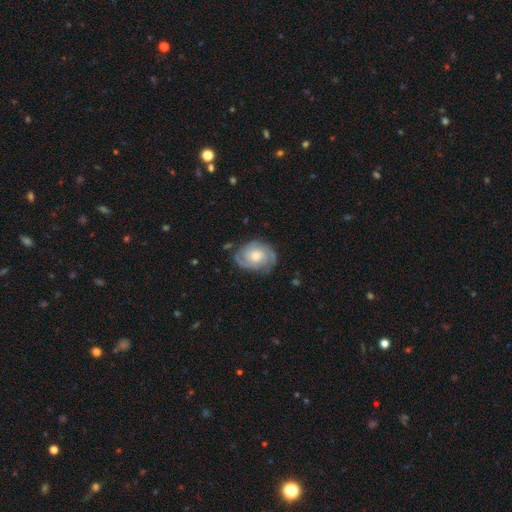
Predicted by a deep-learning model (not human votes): smooth_or_featured: featured or disk (p=0.78) [alt: smooth p=0.17]
disk_edge_on: no (p=0.97) [alt: yes p=0.03]
bar: no (p=0.75) [alt: weak p=0.22]
has_spiral_arms: yes (p=0.93) [alt: no p=0.07]
spiral_winding: tight (p=0.58) [alt: medium p=0.33]
spiral_arm_count: 2 (p=0.41) [alt: 3 p=0.23]
bulge_size: moderate (p=0.62) [alt: small p=0.28]
merging: none (p=0.74) [alt: minor disturbance p=0.19]